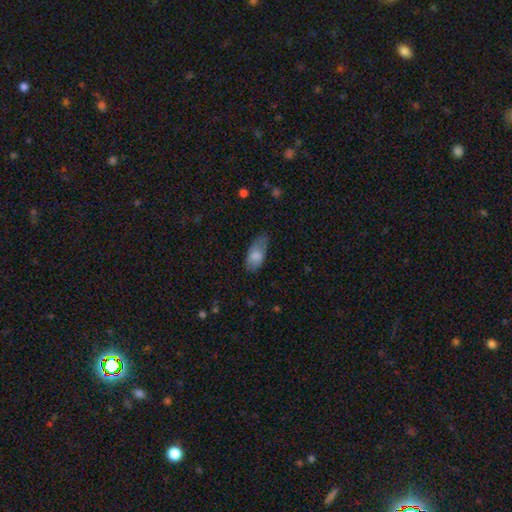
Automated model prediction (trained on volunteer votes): This appears to be a smooth galaxy with no disk features (79%) that is in between round and cigar-shaped (90%). Merging: none (50%).